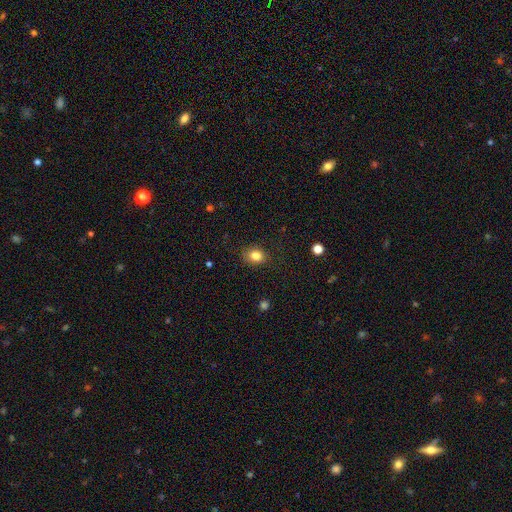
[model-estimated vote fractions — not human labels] A smooth galaxy with no disk features (83%) that is round (52%). Merging: none (83%).